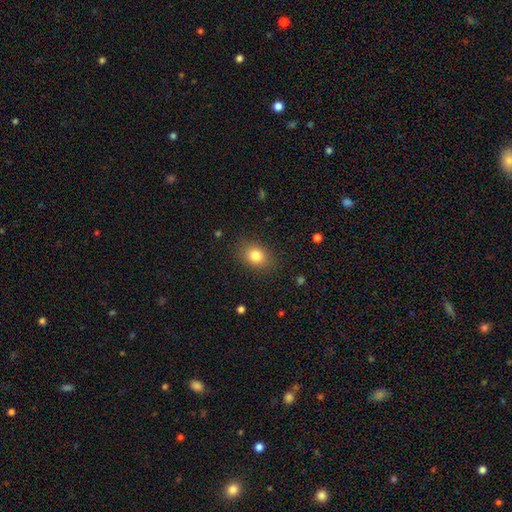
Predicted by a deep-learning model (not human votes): Smooth or featured? Predicted: smooth (p=0.82). How rounded? Predicted: in between (p=0.56). Merging? Predicted: none (p=0.85).